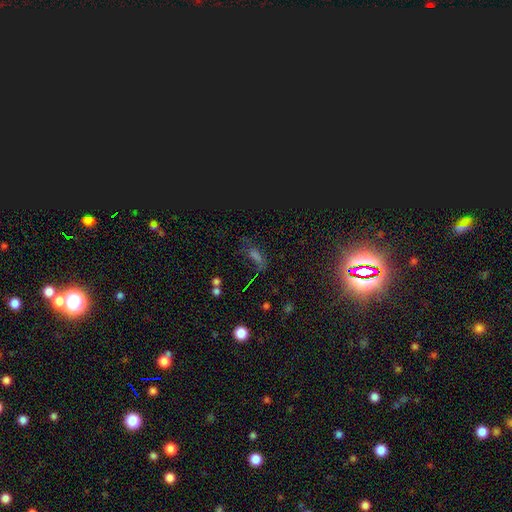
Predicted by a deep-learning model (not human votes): This appears to be a star or artifact, not a galaxy (48%).